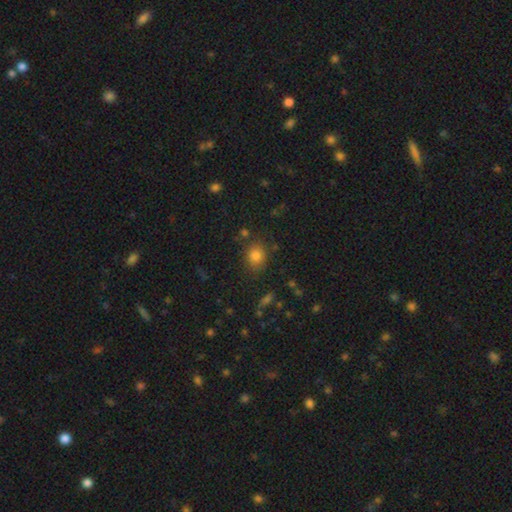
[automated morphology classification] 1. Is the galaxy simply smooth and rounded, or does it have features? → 81% smooth, 12% star or artifact, 7% featured or disk.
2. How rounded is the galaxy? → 62% round, 37% in between, 1% cigar-shaped.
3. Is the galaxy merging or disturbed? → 79% none, 13% minor disturbance, 4% major disturbance, 4% merger.